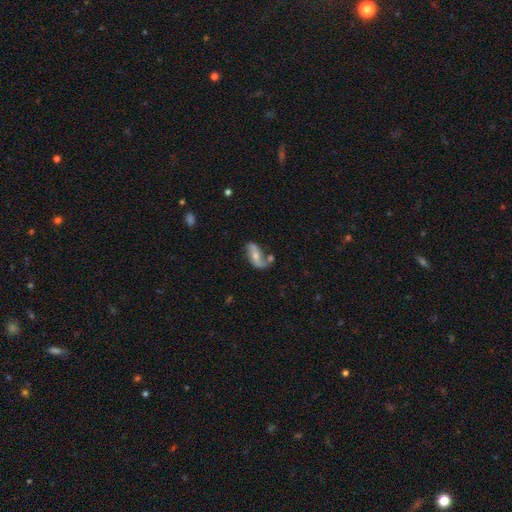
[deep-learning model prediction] Smooth or featured: featured or disk — 63% (smooth — 30%)
Edge-on disk: no — 91% (yes — 9%)
Bar: no — 47% (weak — 30%)
Spiral arms: yes — 82% (no — 18%)
Bulge size: moderate — 48% (small — 43%)
Merging: none — 50% (minor disturbance — 21%)